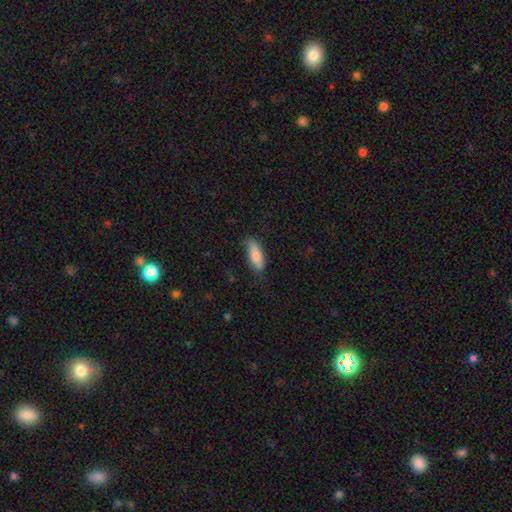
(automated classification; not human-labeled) Q: Smooth or featured?
A: smooth (81%); runner-up: featured or disk (13%)
Q: How rounded?
A: in between (68%); runner-up: cigar-shaped (30%)
Q: Merging?
A: none (75%); runner-up: minor disturbance (20%)